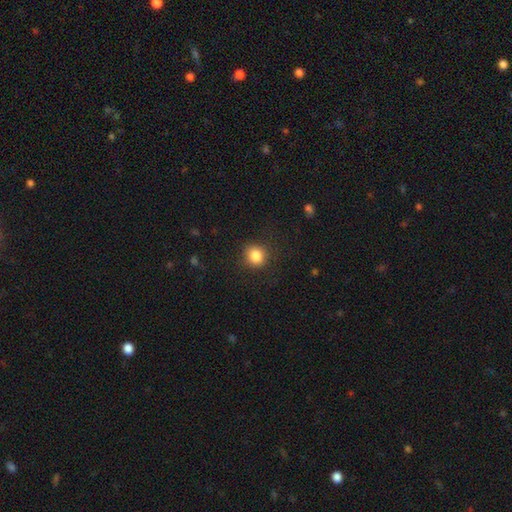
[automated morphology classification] A smooth galaxy with no disk features (85%) that is round (83%).

Vote fractions:
- Smooth or featured? smooth: 85% / star or artifact: 10% / featured or disk: 5%
- How rounded? round: 83% / in between: 16% / cigar-shaped: 1%
- Merging? none: 85% / minor disturbance: 10% / major disturbance: 4% / merger: 1%